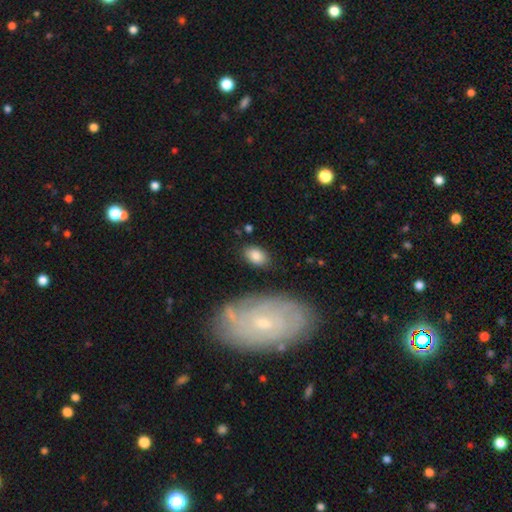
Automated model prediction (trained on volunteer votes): Smooth or featured: smooth — 84% (featured or disk — 10%)
How rounded: in between — 89% (round — 9%)
Merging: none — 81% (minor disturbance — 12%)